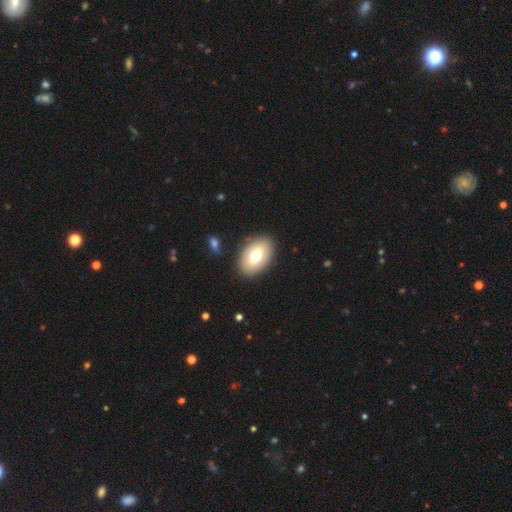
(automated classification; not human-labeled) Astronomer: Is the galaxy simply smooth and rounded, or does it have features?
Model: smooth — 70%.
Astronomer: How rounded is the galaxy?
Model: in between — 91%.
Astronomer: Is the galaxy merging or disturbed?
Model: none — 86%.